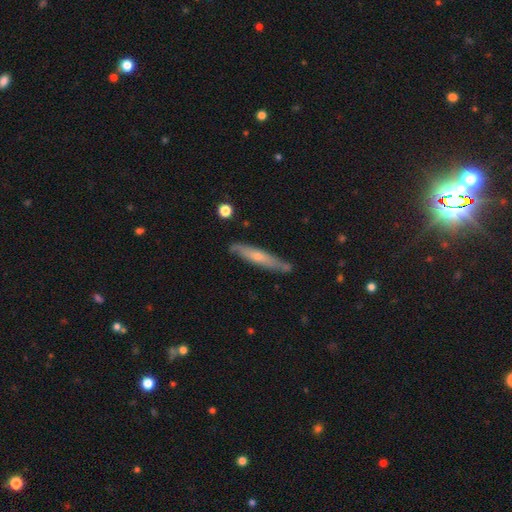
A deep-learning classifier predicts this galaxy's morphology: Overall: featured or disk (51%; smooth 43%). Edge-on disk: yes (79%). Merging: none (81%).